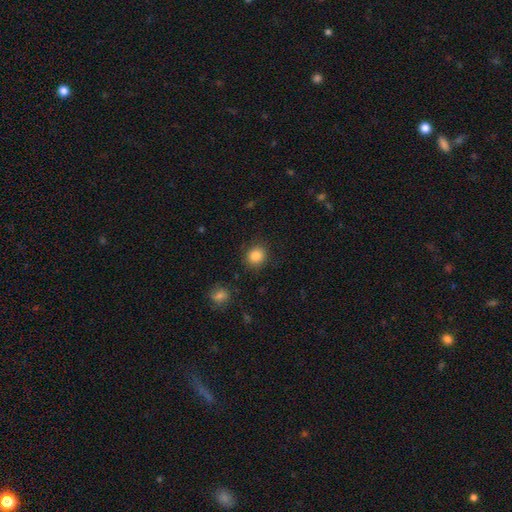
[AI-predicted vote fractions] Smooth or featured? Predicted: smooth (p=0.86). How rounded? Predicted: round (p=0.79). Merging? Predicted: none (p=0.86).